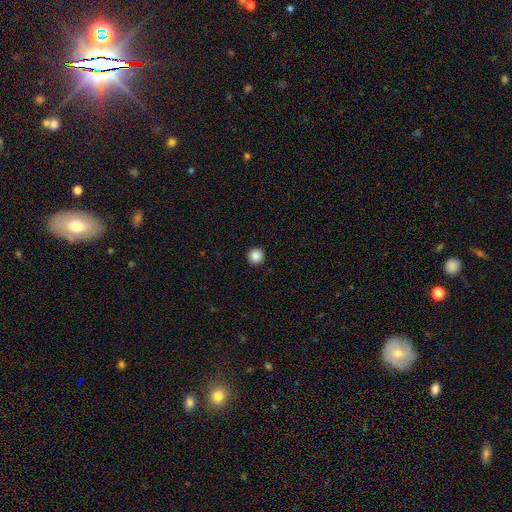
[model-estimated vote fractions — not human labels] A smooth galaxy with no disk features (88%) that is round (96%). Merging: none (93%).